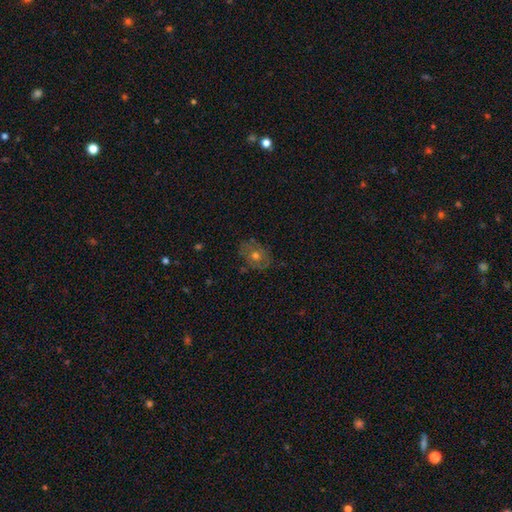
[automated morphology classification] Overall: featured or disk (45%; smooth 42%). Merging: none (77%).